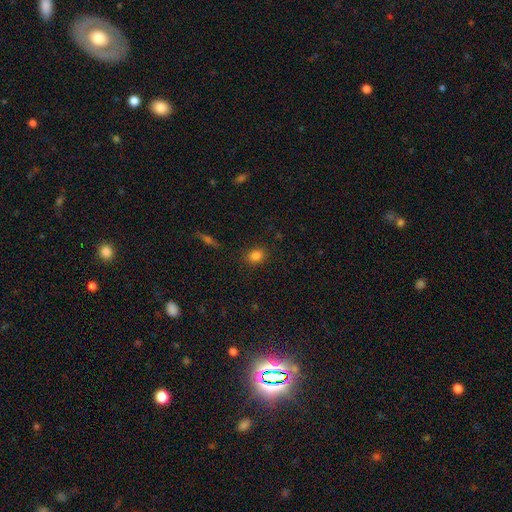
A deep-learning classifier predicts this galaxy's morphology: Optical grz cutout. It shows a smooth galaxy with no disk features (83%) that is round (53%). Merging: none (88%).